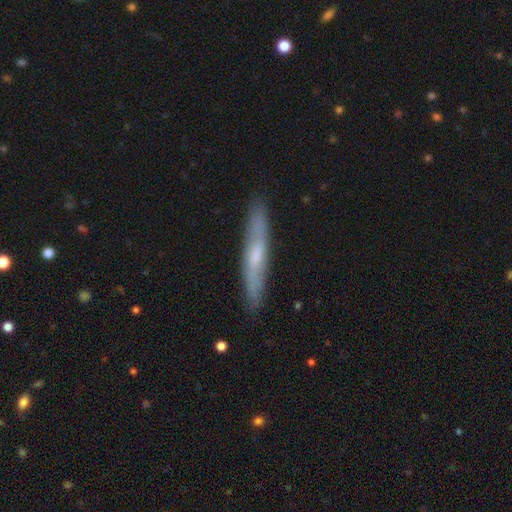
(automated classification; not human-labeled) A featured or disk galaxy (51%) viewed edge-on (80%). Merging: none (88%).